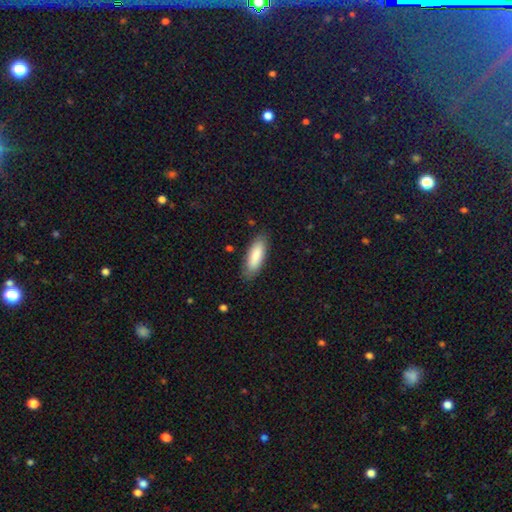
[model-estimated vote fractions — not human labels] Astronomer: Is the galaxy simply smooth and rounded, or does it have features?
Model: smooth — 84%.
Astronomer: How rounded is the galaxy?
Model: in between — 66%.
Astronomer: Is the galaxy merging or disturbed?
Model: none — 83%.